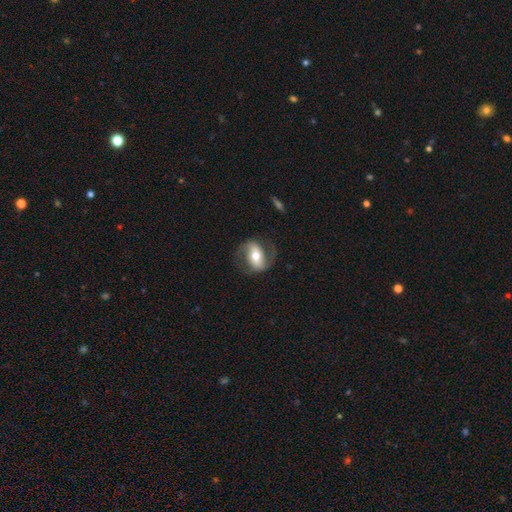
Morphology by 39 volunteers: smooth_or_featured: featured or disk (p=0.62) [alt: smooth p=0.36]
disk_edge_on: no (p=0.96) [alt: yes p=0.04]
bar: weak (p=0.43) [alt: strong p=0.39]
has_spiral_arms: yes (p=0.91) [alt: no p=0.09]
spiral_winding: medium (p=0.57) [alt: loose p=0.29]
spiral_arm_count: 2 (p=0.71) [alt: can't tell p=0.19]
bulge_size: moderate (p=0.78) [alt: large p=0.13]
merging: none (p=0.71) [alt: major disturbance p=0.16]